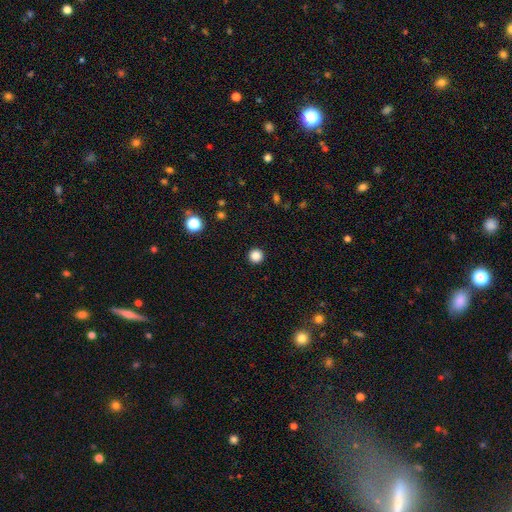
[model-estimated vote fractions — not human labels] Q: Smooth or featured?
A: smooth (86%); runner-up: star or artifact (11%)
Q: How rounded?
A: round (96%); runner-up: in between (3%)
Q: Merging?
A: none (94%); runner-up: minor disturbance (4%)